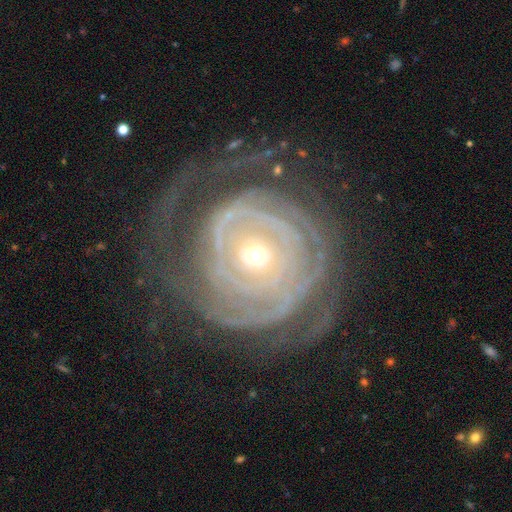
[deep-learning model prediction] Q: Smooth or featured?
A: featured or disk (88%); runner-up: smooth (6%)
Q: Edge-on disk?
A: no (97%); runner-up: yes (3%)
Q: Bar?
A: no (75%); runner-up: weak (16%)
Q: Spiral arms?
A: yes (94%); runner-up: no (6%)
Q: Spiral winding?
A: tight (85%); runner-up: medium (11%)
Q: Spiral arm count?
A: can't tell (34%); runner-up: 2 (16%)
Q: Bulge size?
A: small (67%); runner-up: moderate (29%)
Q: Merging?
A: none (66%); runner-up: minor disturbance (17%)